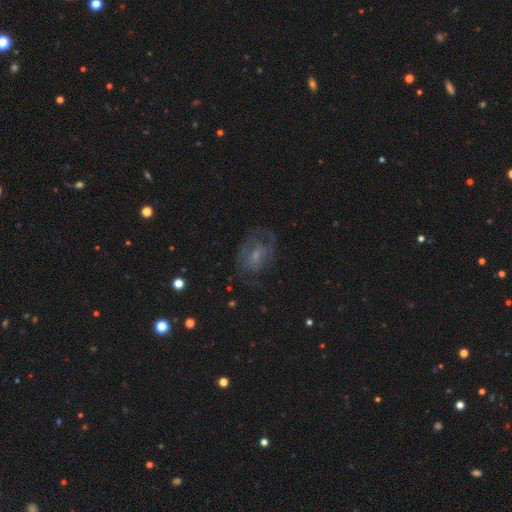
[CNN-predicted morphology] type=featured or disk (65%); edge-on=no (97%); bar=no (56%); spiral arms=yes (70%); bulge=small (58%); merging=none (57%).